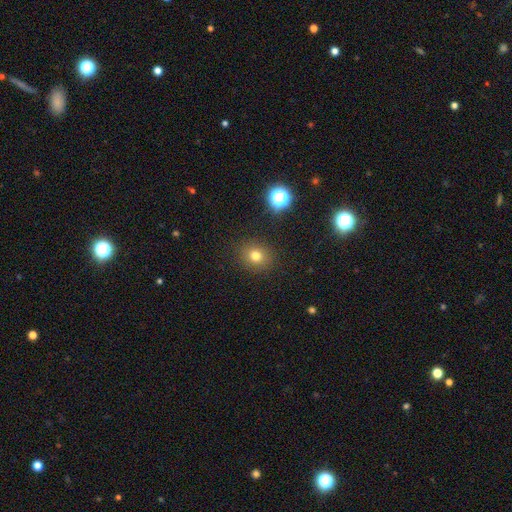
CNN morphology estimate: This is likely a smooth galaxy (75%). How rounded: likely round (76%). Merging: clearly none (88%).